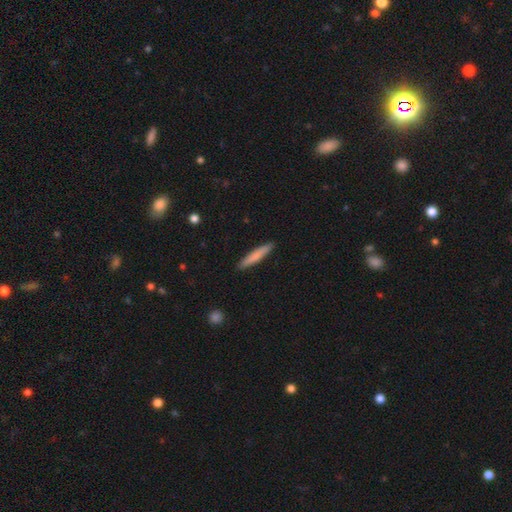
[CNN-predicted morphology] smooth_or_featured: smooth (p=0.77) [alt: featured or disk p=0.18]
how_rounded: cigar-shaped (p=0.93) [alt: in between p=0.06]
merging: none (p=0.91) [alt: minor disturbance p=0.06]